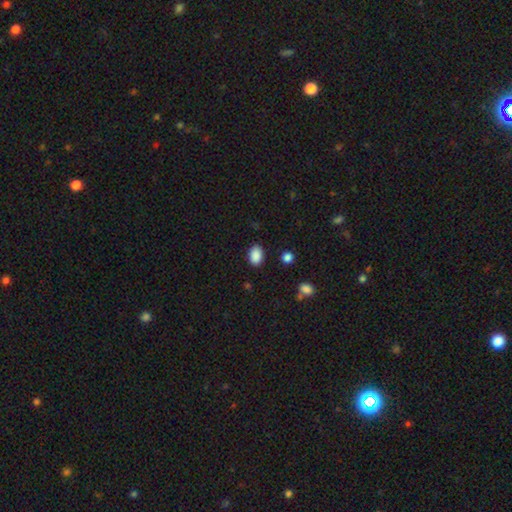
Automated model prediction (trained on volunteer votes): A smooth galaxy with no disk features (89%) that is in between round and cigar-shaped (81%).

Vote fractions:
- Smooth or featured? smooth: 89% / star or artifact: 8% / featured or disk: 3%
- How rounded? in between: 81% / round: 17% / cigar-shaped: 1%
- Merging? none: 85% / minor disturbance: 10% / major disturbance: 3% / merger: 2%